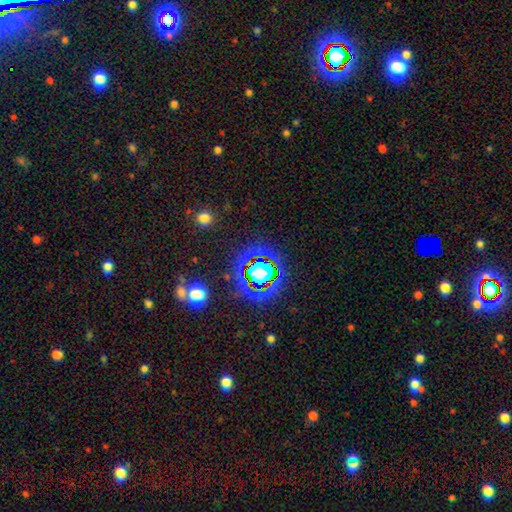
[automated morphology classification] Smooth or featured: star or artifact — 81% (smooth — 11%)